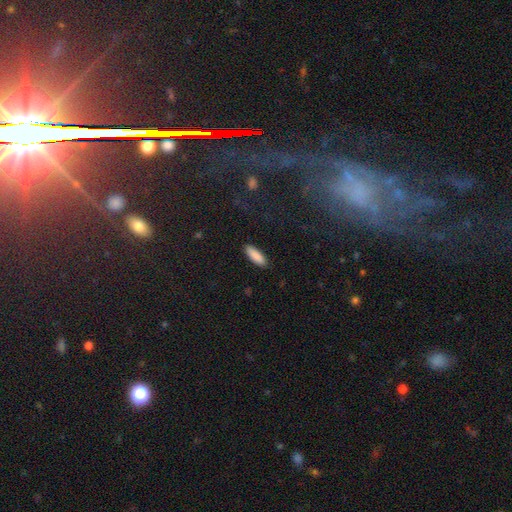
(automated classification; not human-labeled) Smooth or featured? Predicted: smooth (p=0.89). How rounded? Predicted: in between (p=0.54). Merging? Predicted: none (p=0.89).